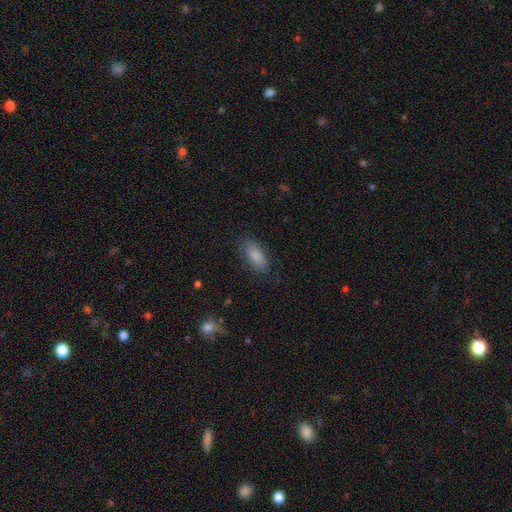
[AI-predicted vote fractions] Smooth or featured?
  - smooth: 86% *
  - featured or disk: 8%
  - star or artifact: 6%
How rounded?
  - in between: 85% *
  - cigar-shaped: 12%
  - round: 2%
Merging?
  - none: 82% *
  - minor disturbance: 13%
  - major disturbance: 4%
  - merger: 1%